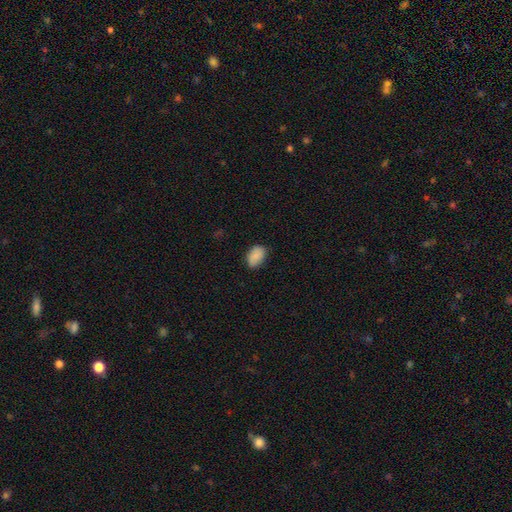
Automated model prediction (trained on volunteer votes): smooth-or-featured: smooth: 87% | star or artifact: 8% | featured or disk: 5%
  how-rounded: in between: 87% | round: 11% | cigar-shaped: 1%
  merging: none: 76% | minor disturbance: 19% | major disturbance: 3% | merger: 1%